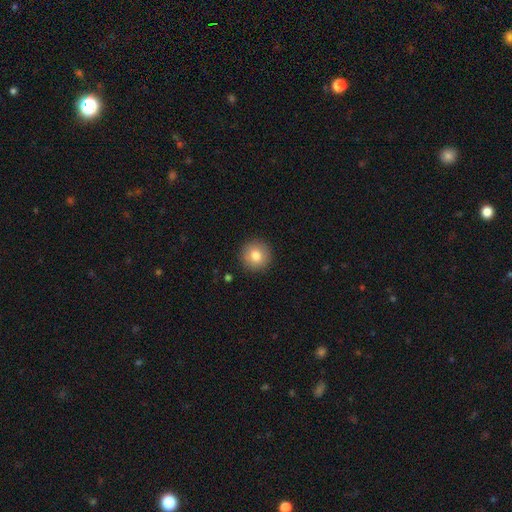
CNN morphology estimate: smooth 81%, featured or disk 10%, star or artifact 9%. Down the decision tree: how rounded — round (95%); merging — none (91%).